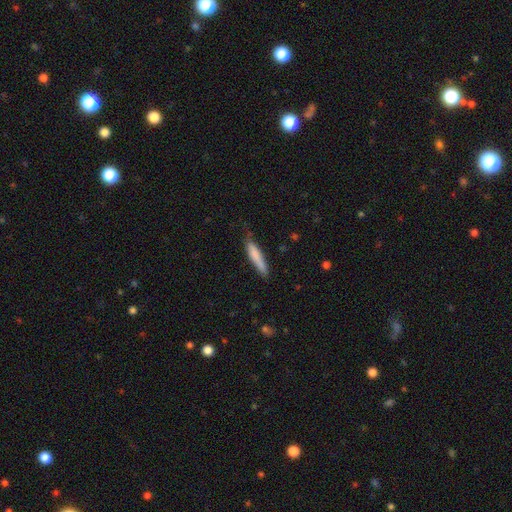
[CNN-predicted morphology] A smooth galaxy with no disk features (78%) that is cigar-shaped (87%).

Vote fractions:
- Smooth or featured? smooth: 78% / featured or disk: 16% / star or artifact: 6%
- How rounded? cigar-shaped: 87% / in between: 11% / round: 1%
- Merging? none: 68% / minor disturbance: 26% / major disturbance: 4% / merger: 2%